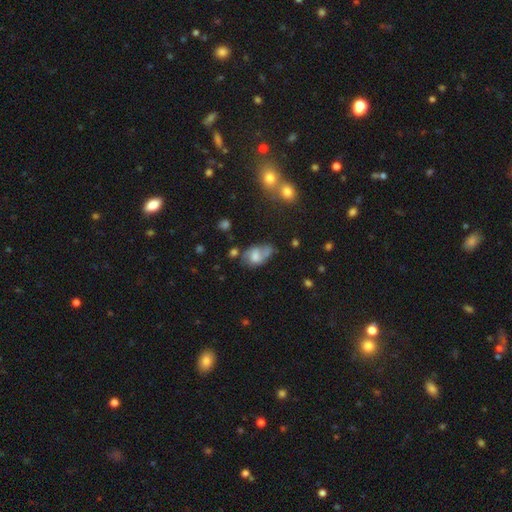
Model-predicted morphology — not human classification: Smooth or featured?
  - smooth: 51% *
  - featured or disk: 37%
  - star or artifact: 12%
How rounded?
  - in between: 83% *
  - round: 15%
  - cigar-shaped: 2%
Merging?
  - none: 34% *
  - minor disturbance: 29%
  - major disturbance: 21%
  - merger: 16%